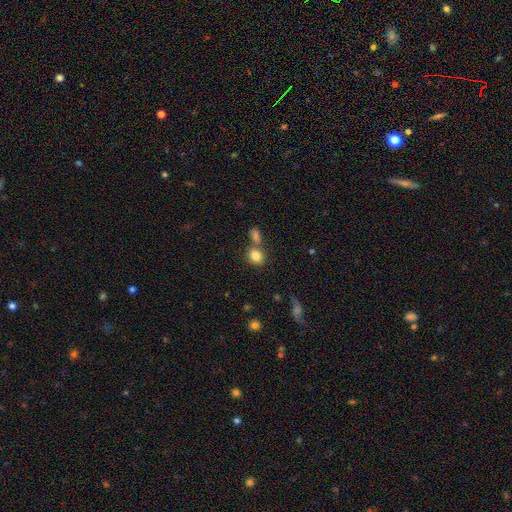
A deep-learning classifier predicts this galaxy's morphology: smooth 83%, star or artifact 10%, featured or disk 7%. Down the decision tree: how rounded — round (57%); merging — none (57%).